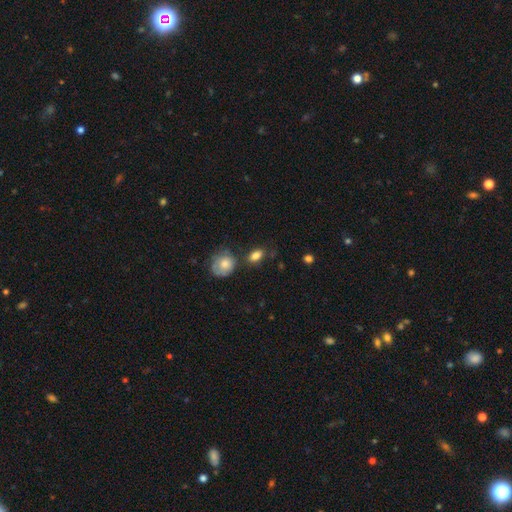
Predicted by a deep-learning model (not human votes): smooth-or-featured: smooth: 85% | star or artifact: 8% | featured or disk: 7%
  how-rounded: in between: 81% | round: 16% | cigar-shaped: 3%
  merging: none: 70% | minor disturbance: 16% | merger: 9% | major disturbance: 5%